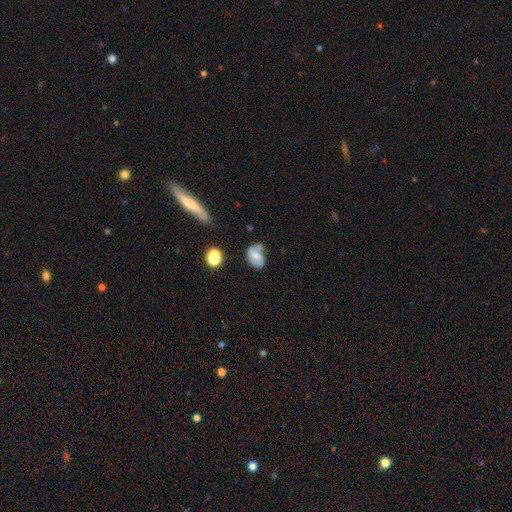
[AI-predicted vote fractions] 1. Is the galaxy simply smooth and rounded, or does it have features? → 46% smooth, 44% featured or disk, 10% star or artifact.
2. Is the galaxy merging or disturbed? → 42% none, 33% minor disturbance, 14% major disturbance, 11% merger.